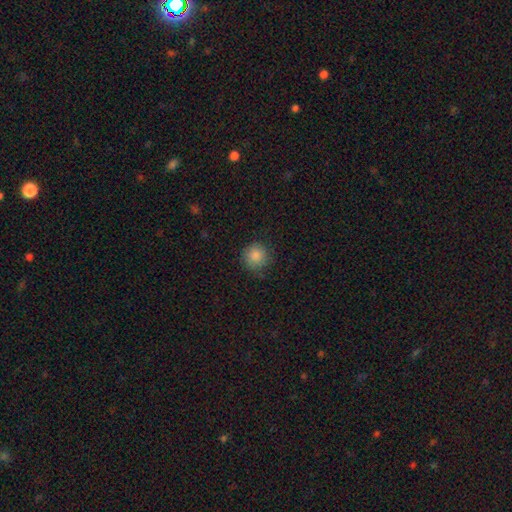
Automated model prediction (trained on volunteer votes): Smooth or featured?
  - smooth: 86% *
  - star or artifact: 10%
  - featured or disk: 4%
How rounded?
  - round: 94% *
  - in between: 5%
  - cigar-shaped: 1%
Merging?
  - none: 81% *
  - minor disturbance: 14%
  - major disturbance: 3%
  - merger: 1%